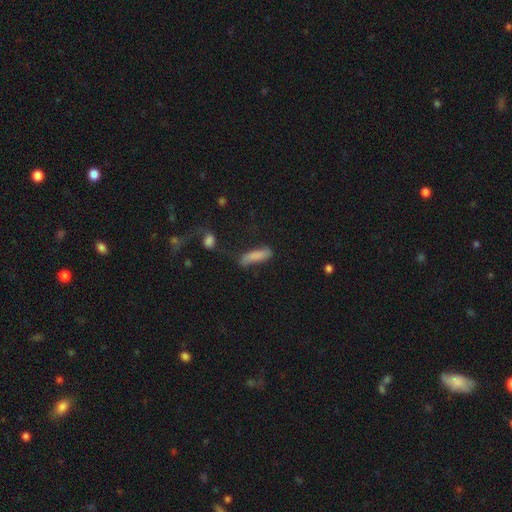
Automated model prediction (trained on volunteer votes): Morphology: type=smooth (79%); roundness=cigar-shaped (62%); merging=none (52%).